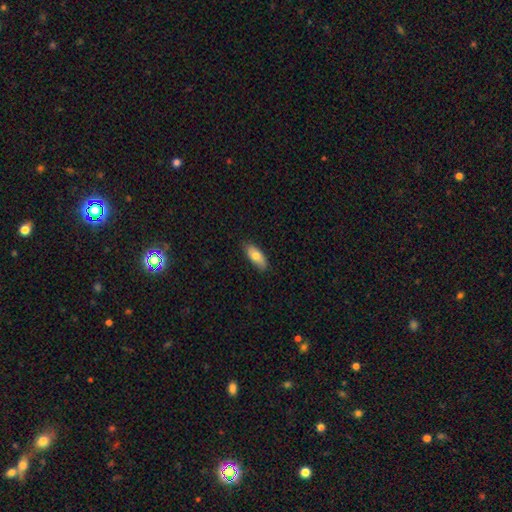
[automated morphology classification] smooth-or-featured: smooth: 73% | featured or disk: 21% | star or artifact: 6%
  how-rounded: in between: 78% | cigar-shaped: 19% | round: 3%
  merging: none: 83% | minor disturbance: 14% | major disturbance: 2% | merger: 1%